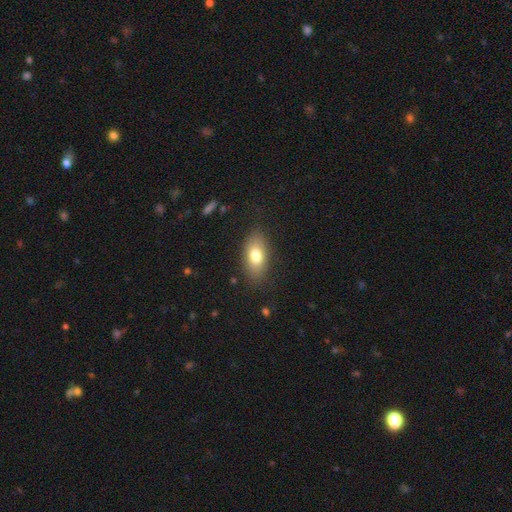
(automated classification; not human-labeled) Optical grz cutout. It shows a smooth galaxy with no disk features (76%) that is in between round and cigar-shaped (87%). Merging: none (82%).